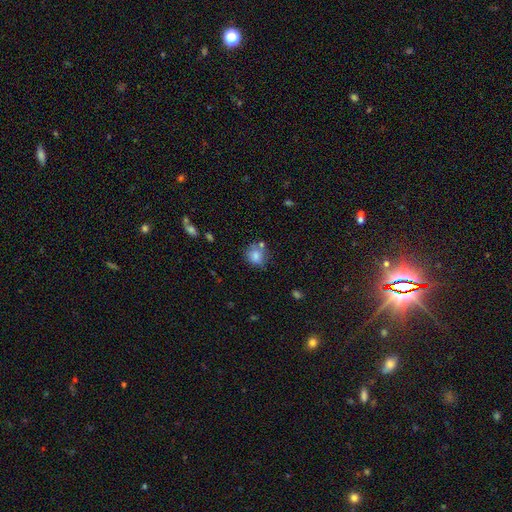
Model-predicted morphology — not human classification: smooth_or_featured: smooth (p=0.78) [alt: featured or disk p=0.12]
how_rounded: round (p=0.77) [alt: in between p=0.22]
merging: none (p=0.57) [alt: minor disturbance p=0.21]